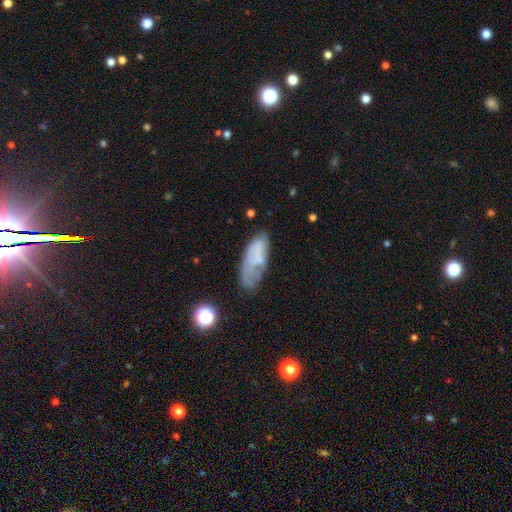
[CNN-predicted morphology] smooth 52%, featured or disk 38%, star or artifact 10%. Down the decision tree: how rounded — in between (76%); merging — none (46%).